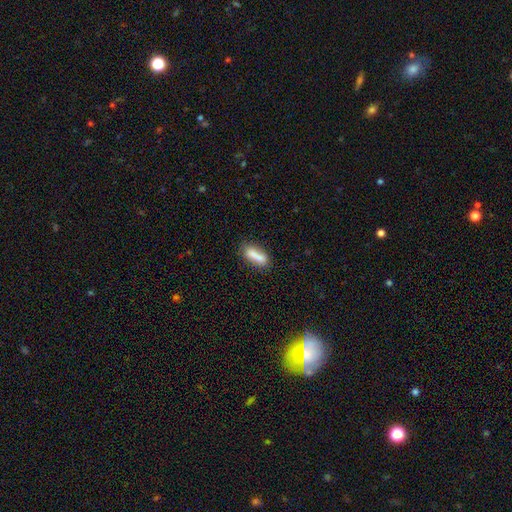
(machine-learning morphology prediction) Smooth or featured?
  - smooth: 77% *
  - featured or disk: 15%
  - star or artifact: 8%
How rounded?
  - in between: 49% *
  - cigar-shaped: 48%
  - round: 3%
Merging?
  - none: 65% *
  - minor disturbance: 17%
  - merger: 13%
  - major disturbance: 5%